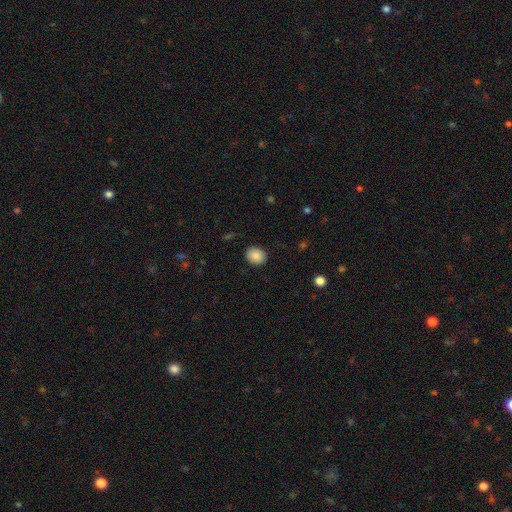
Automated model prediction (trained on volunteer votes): Smooth or featured? smooth (87%)
How rounded? round (64%)
Merging? none (88%)